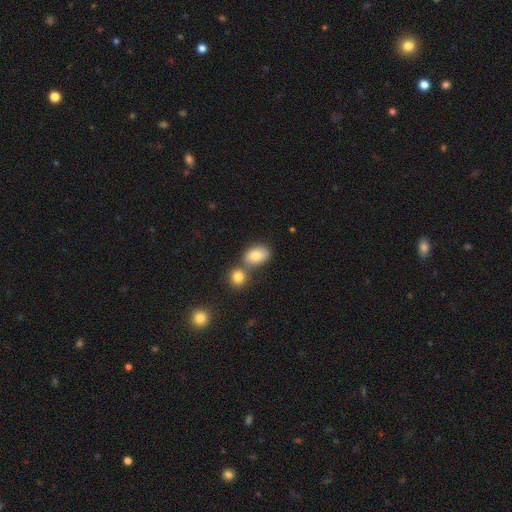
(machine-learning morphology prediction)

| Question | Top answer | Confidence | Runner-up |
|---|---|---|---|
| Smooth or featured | smooth | 81% | featured or disk (9%) |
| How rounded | in between | 80% | round (18%) |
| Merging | none | 49% | merger (35%) |